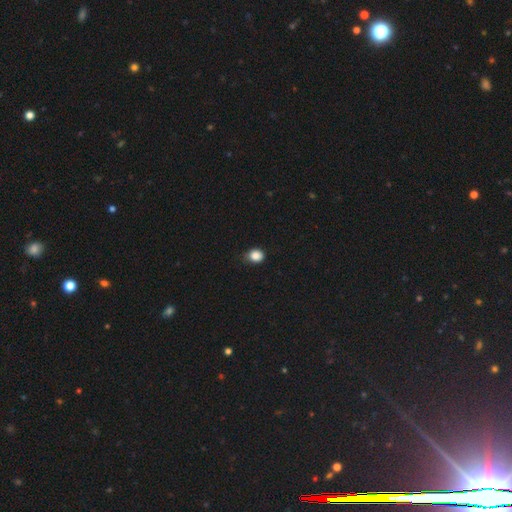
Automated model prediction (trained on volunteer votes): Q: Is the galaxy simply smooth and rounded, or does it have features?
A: smooth — 86%.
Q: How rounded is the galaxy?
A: round — 58%.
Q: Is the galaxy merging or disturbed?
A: none — 72%.